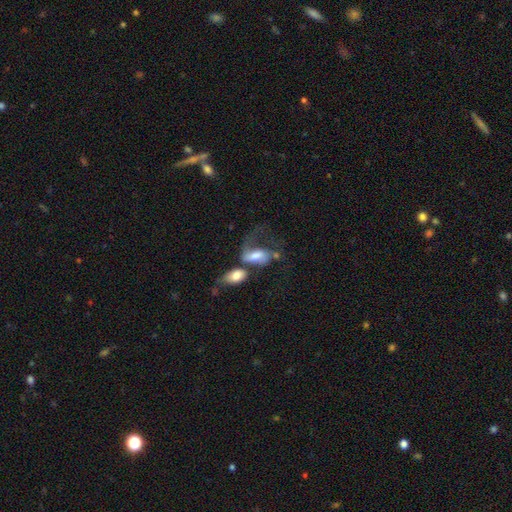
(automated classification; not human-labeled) A smooth galaxy with no disk features (49%).

Vote fractions:
- Smooth or featured? smooth: 49% / featured or disk: 42% / star or artifact: 9%
- Merging? merger: 55% / major disturbance: 23% / none: 13% / minor disturbance: 9%